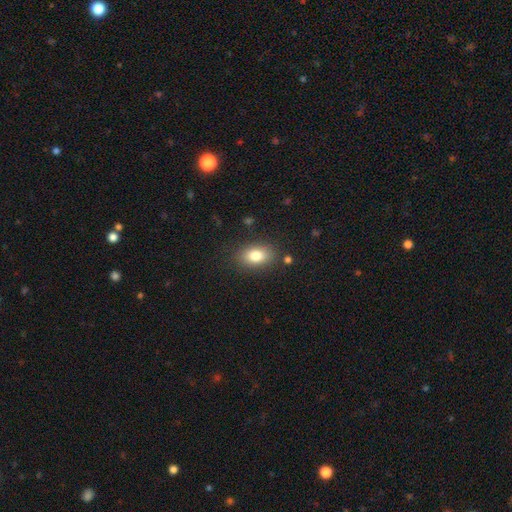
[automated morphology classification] Smooth or featured: smooth — 81% (featured or disk — 10%)
How rounded: in between — 83% (round — 15%)
Merging: none — 84% (minor disturbance — 11%)